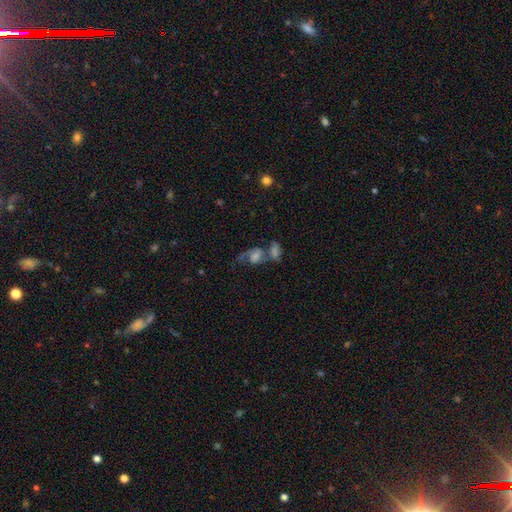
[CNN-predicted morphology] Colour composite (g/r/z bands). It shows a featured or disk galaxy (60%) with no bar (59%), spiral arms (82%) and a moderate central bulge (35%). Merging: merger (53%).